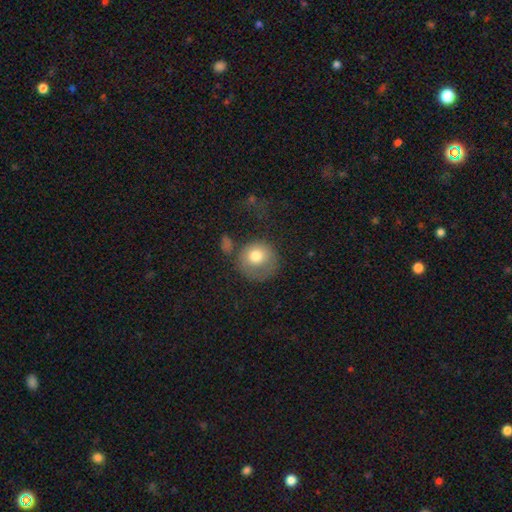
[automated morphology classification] The model was most divided on "merging": none: 50%, minor disturbance: 24%, major disturbance: 19%, merger: 7%. More confident: how rounded — round (87%); smooth or featured — smooth (74%).